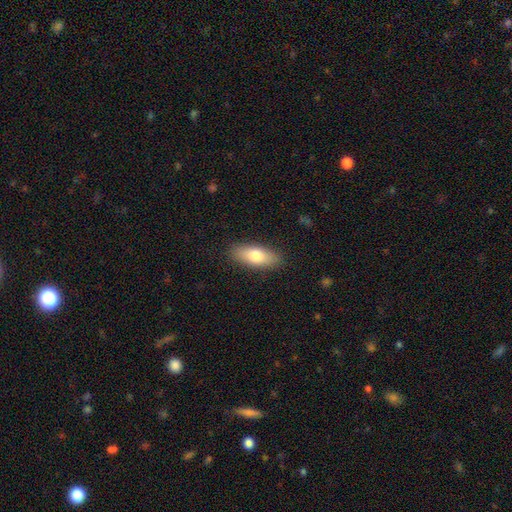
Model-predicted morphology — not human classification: This is likely a smooth galaxy (76%). How rounded: likely in between (74%). Merging: clearly none (88%).